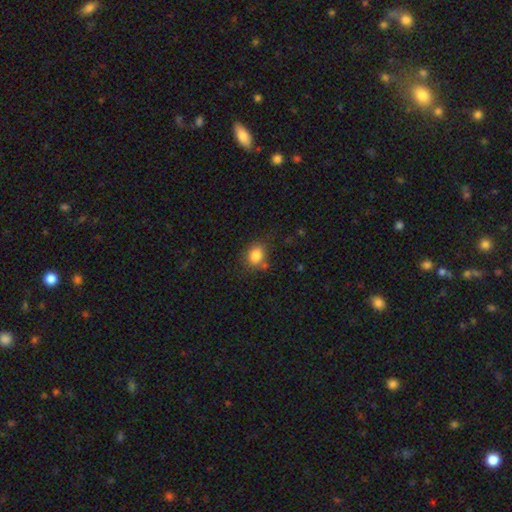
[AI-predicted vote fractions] Overall: smooth (83%). How rounded: round (56%; in between 43%). Merging: none (72%).